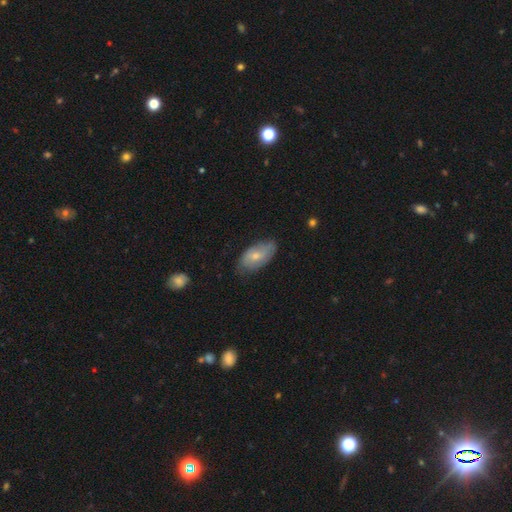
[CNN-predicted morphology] The model was most divided on "smooth or featured": smooth: 60%, featured or disk: 34%, star or artifact: 6%. More confident: how rounded — in between (93%); merging — none (64%).